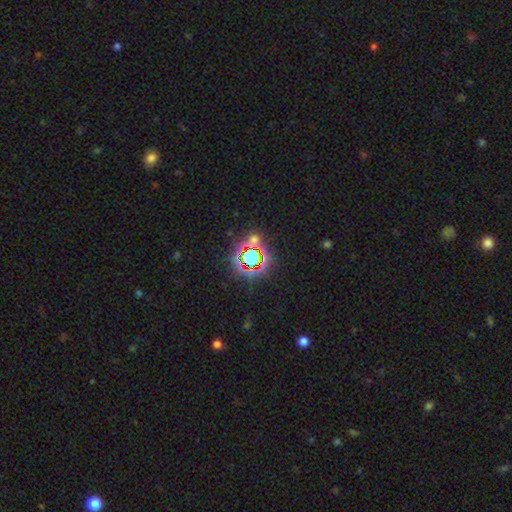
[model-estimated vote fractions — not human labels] A star or artifact, not a galaxy (69%).